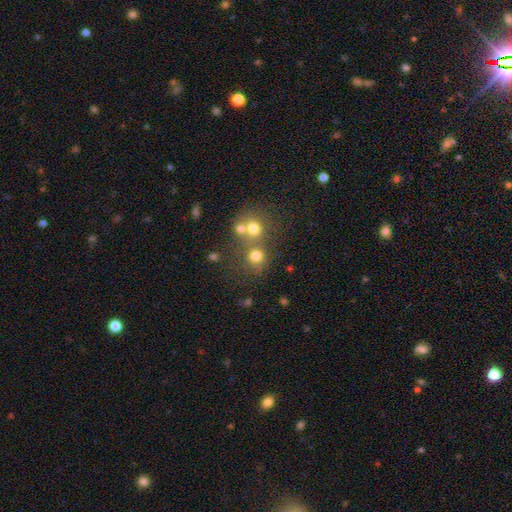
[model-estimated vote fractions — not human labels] Smooth or featured? Predicted: smooth (p=0.73). How rounded? Predicted: round (p=0.86). Merging? Predicted: none (p=0.54).